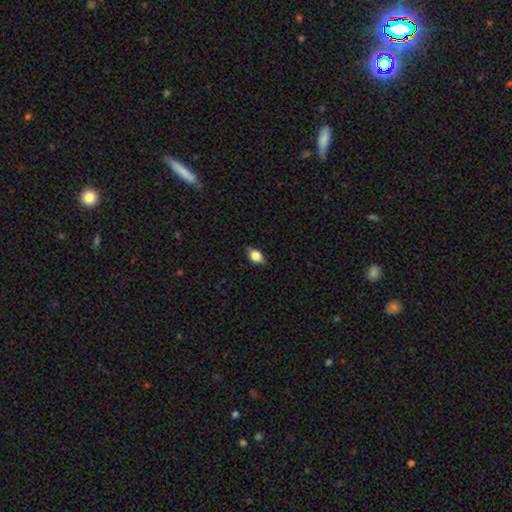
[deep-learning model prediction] A smooth galaxy with no disk features (82%) that is in between round and cigar-shaped (84%).

Vote fractions:
- Smooth or featured? smooth: 82% / featured or disk: 10% / star or artifact: 8%
- How rounded? in between: 84% / round: 12% / cigar-shaped: 3%
- Merging? none: 83% / minor disturbance: 14% / major disturbance: 2% / merger: 1%